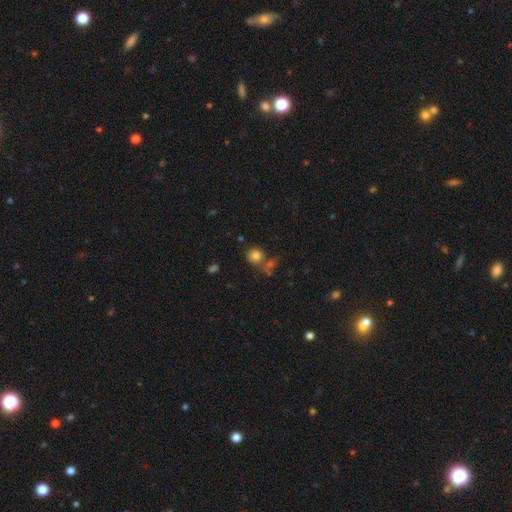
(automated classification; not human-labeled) This is clearly a smooth galaxy (80%). How rounded: clearly round (87%). Merging: likely none (65%).